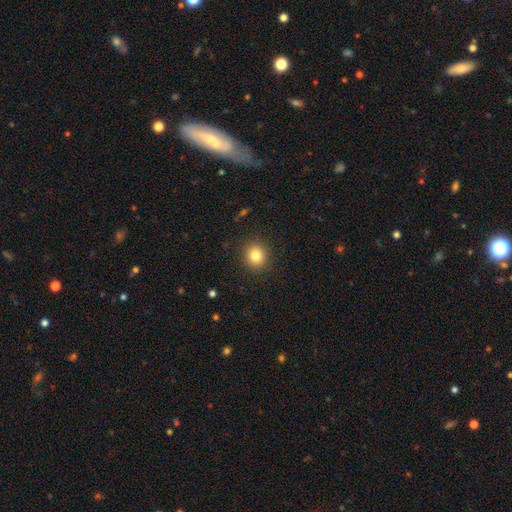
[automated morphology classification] smooth_or_featured: smooth (p=0.82) [alt: star or artifact p=0.11]
how_rounded: round (p=0.86) [alt: in between p=0.13]
merging: none (p=0.90) [alt: minor disturbance p=0.06]